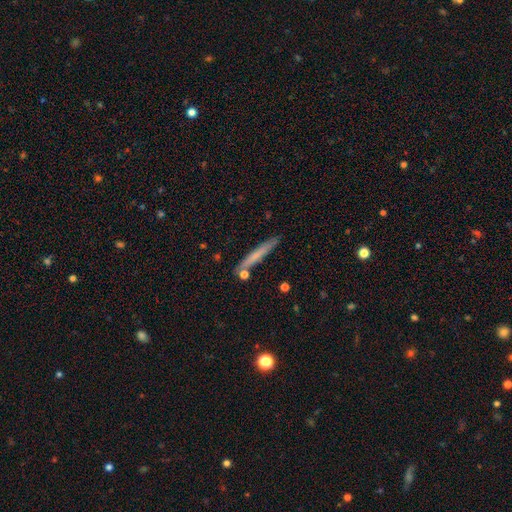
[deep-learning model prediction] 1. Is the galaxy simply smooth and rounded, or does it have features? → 62% smooth, 31% featured or disk, 7% star or artifact.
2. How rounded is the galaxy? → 95% cigar-shaped, 3% in between, 1% round.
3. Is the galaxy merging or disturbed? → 83% none, 10% minor disturbance, 5% merger, 2% major disturbance.